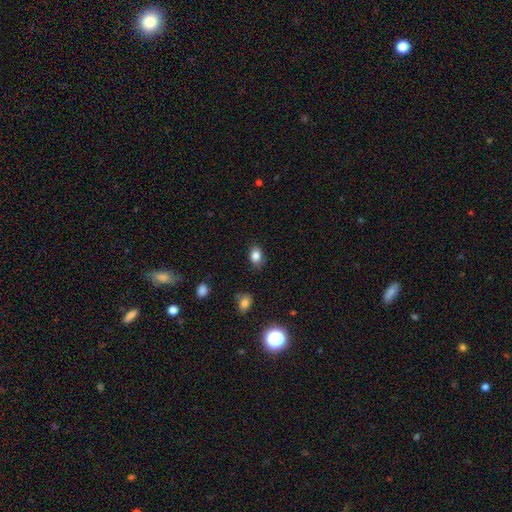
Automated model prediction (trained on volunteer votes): smooth-or-featured: smooth: 84% | star or artifact: 10% | featured or disk: 6%
  how-rounded: in between: 73% | round: 26% | cigar-shaped: 1%
  merging: none: 81% | minor disturbance: 14% | major disturbance: 3% | merger: 2%